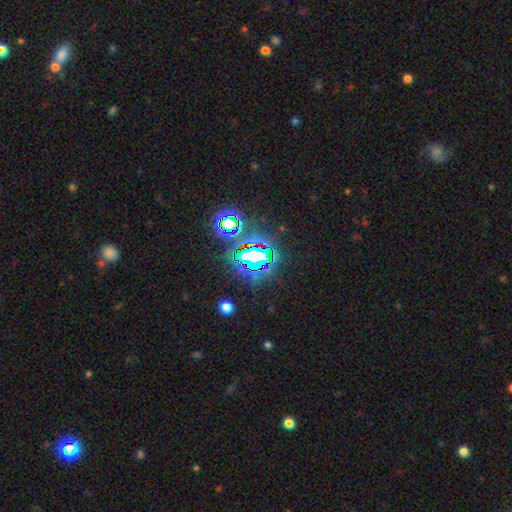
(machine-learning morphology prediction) type=star or artifact (77%).